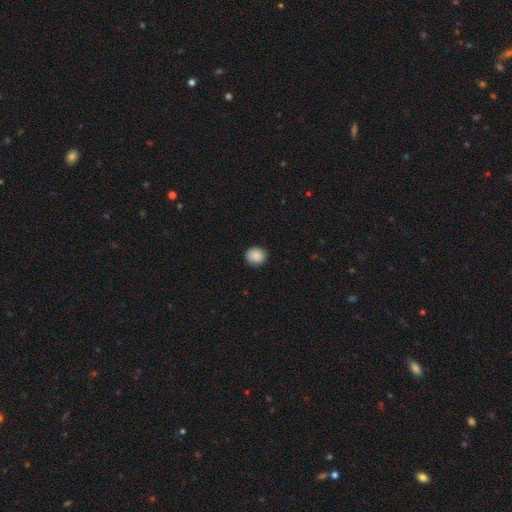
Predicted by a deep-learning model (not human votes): Smooth or featured? Predicted: smooth (p=0.89). How rounded? Predicted: round (p=0.77). Merging? Predicted: none (p=0.90).